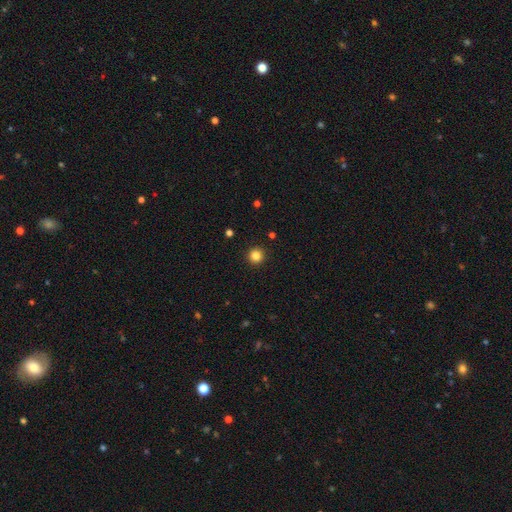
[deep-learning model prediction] Smooth or featured?
  - smooth: 84% *
  - star or artifact: 12%
  - featured or disk: 4%
How rounded?
  - round: 96% *
  - in between: 3%
  - cigar-shaped: 1%
Merging?
  - none: 93% *
  - minor disturbance: 4%
  - major disturbance: 2%
  - merger: 1%